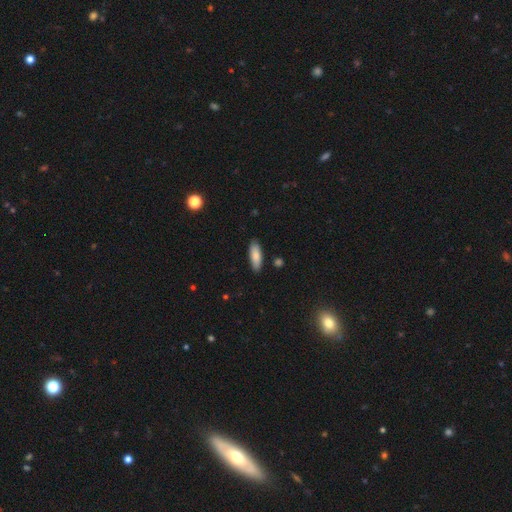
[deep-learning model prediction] This is clearly a smooth galaxy (85%). How rounded: likely in between (61%). Merging: clearly none (88%).